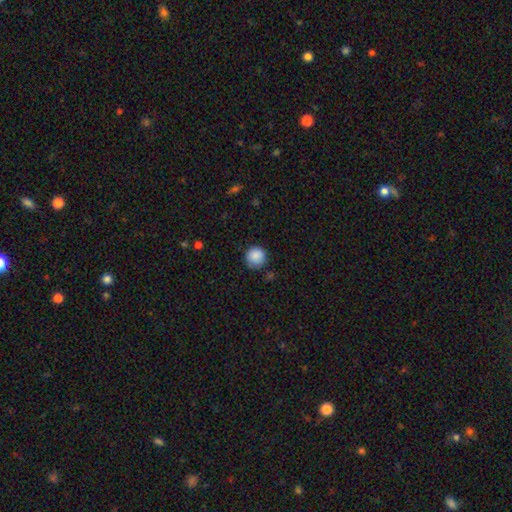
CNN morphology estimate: This appears to be a smooth galaxy with no disk features (87%) that is round (93%). Merging: none (78%).